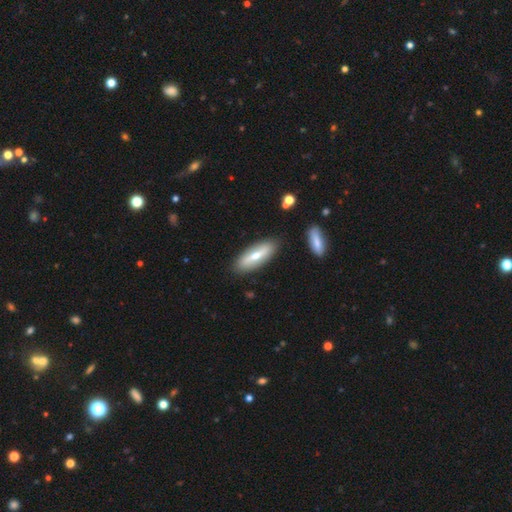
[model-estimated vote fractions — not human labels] smooth_or_featured: smooth (p=0.54) [alt: featured or disk p=0.40]
how_rounded: in between (p=0.59) [alt: cigar-shaped p=0.39]
merging: none (p=0.85) [alt: minor disturbance p=0.10]